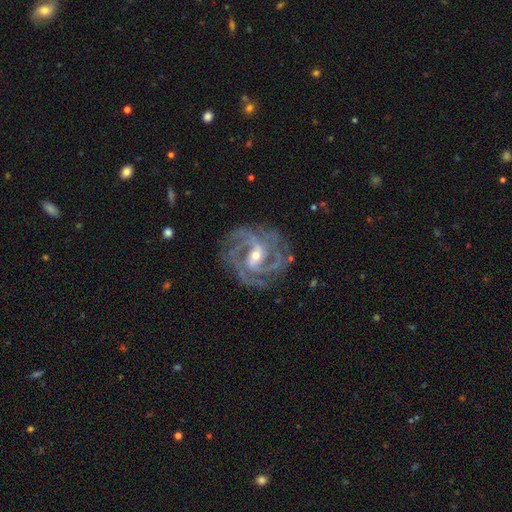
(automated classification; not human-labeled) featured or disk 89%, star or artifact 7%, smooth 4%. Down the decision tree: edge-on disk — no (97%); bar — weak (44%); spiral arms — yes (98%); spiral arm count — 3 (34%); spiral winding — tight (55%); bulge size — moderate (54%); merging — none (80%).